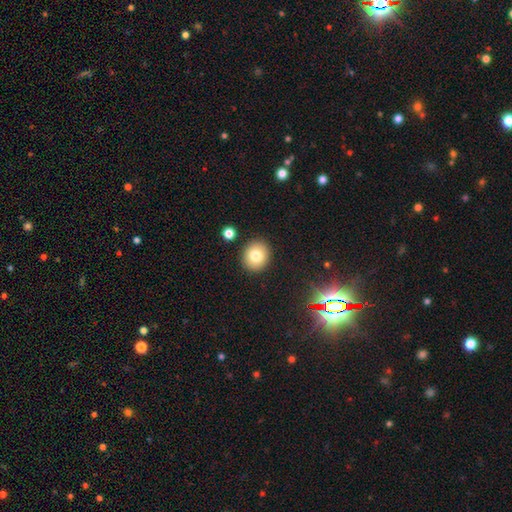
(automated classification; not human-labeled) smooth-or-featured: smooth: 78% | featured or disk: 11% | star or artifact: 11%
  how-rounded: round: 75% | in between: 24% | cigar-shaped: 1%
  merging: none: 89% | minor disturbance: 7% | merger: 2% | major disturbance: 2%